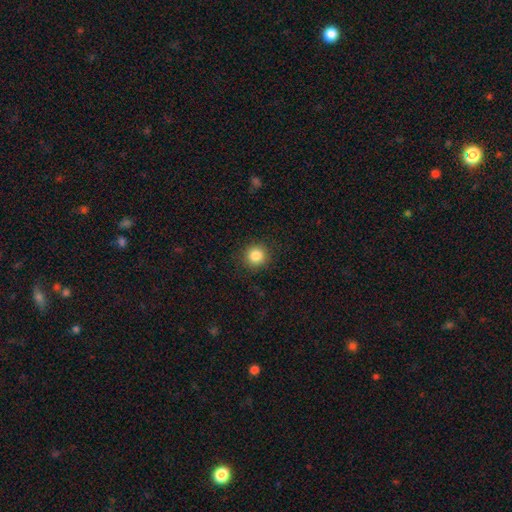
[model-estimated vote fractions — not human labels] Smooth or featured: smooth — 85% (star or artifact — 11%)
How rounded: round — 93% (in between — 6%)
Merging: none — 90% (minor disturbance — 6%)